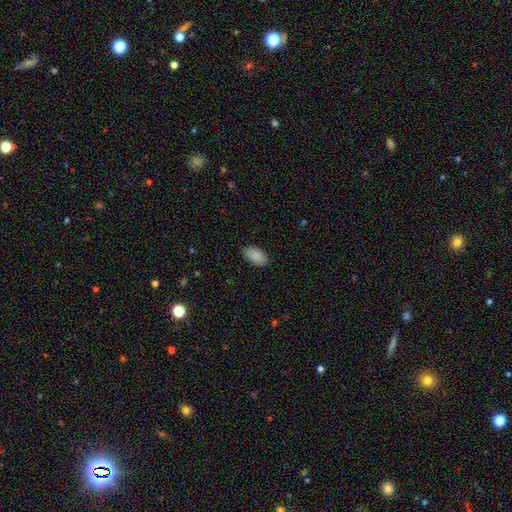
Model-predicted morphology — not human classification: Overall: smooth (90%). How rounded: in between (95%). Merging: none (87%).